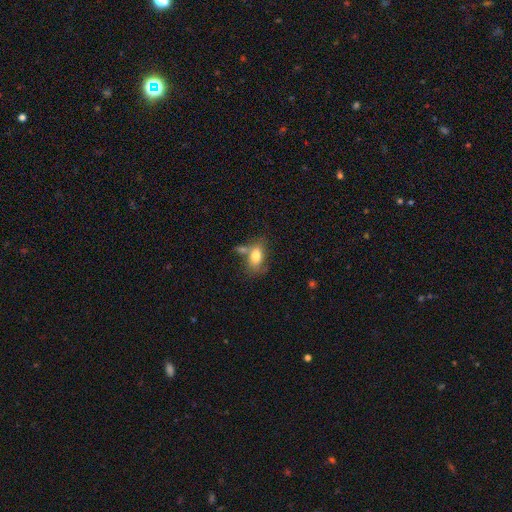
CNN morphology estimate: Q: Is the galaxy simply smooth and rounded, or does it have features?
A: smooth — 76%.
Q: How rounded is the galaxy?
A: in between — 87%.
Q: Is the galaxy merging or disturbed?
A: none — 46%.